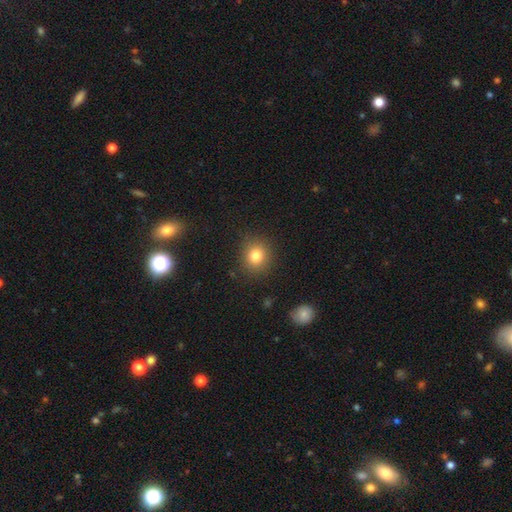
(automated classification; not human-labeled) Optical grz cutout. It shows a smooth galaxy with no disk features (82%) that is round (81%). Merging: none (87%).